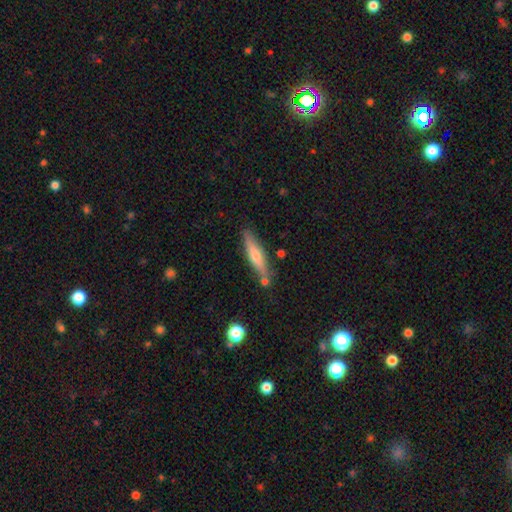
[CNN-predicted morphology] Smooth or featured?
  - smooth: 48% *
  - featured or disk: 45%
  - star or artifact: 7%
Merging?
  - none: 79% *
  - minor disturbance: 12%
  - merger: 6%
  - major disturbance: 3%